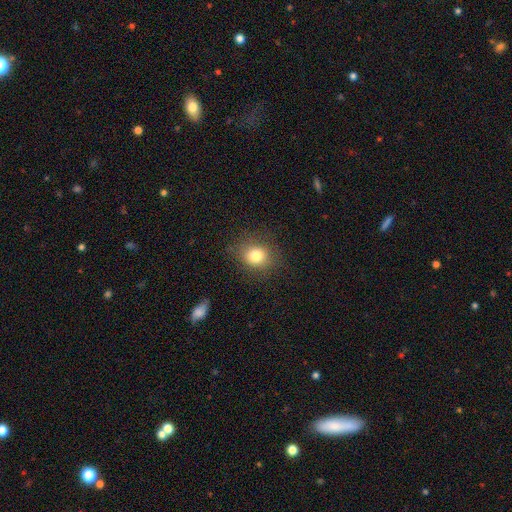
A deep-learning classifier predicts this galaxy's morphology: Q: Smooth or featured?
A: smooth (81%); runner-up: star or artifact (11%)
Q: How rounded?
A: round (70%); runner-up: in between (29%)
Q: Merging?
A: none (82%); runner-up: minor disturbance (12%)